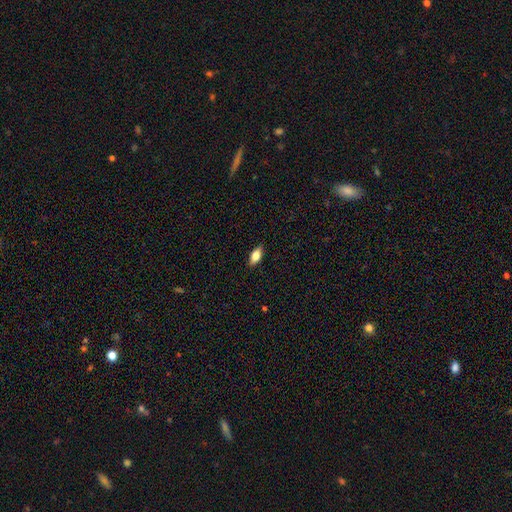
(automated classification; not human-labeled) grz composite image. It shows a smooth galaxy with no disk features (75%) that is in between round and cigar-shaped (85%). Merging: none (89%).